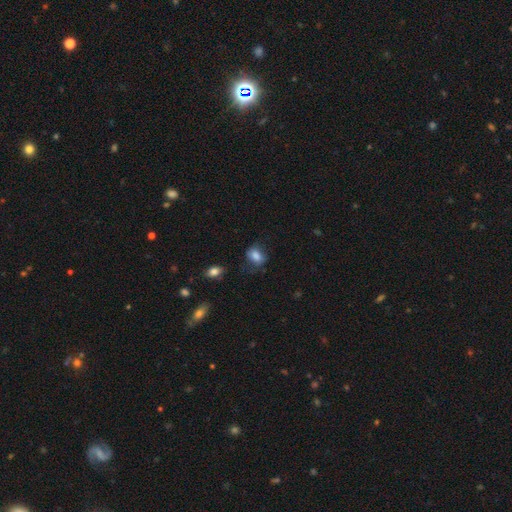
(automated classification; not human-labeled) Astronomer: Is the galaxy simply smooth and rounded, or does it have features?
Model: smooth — 79%.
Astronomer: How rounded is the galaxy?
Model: in between — 68%.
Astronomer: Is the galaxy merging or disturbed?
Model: none — 57%.